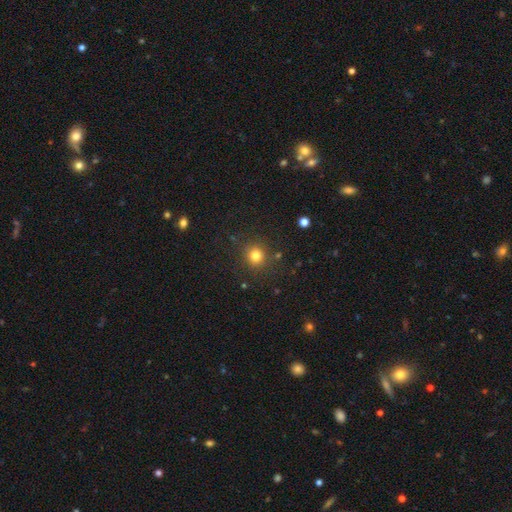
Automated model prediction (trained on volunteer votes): A smooth galaxy with no disk features (80%) that is round (91%). Merging: none (87%).